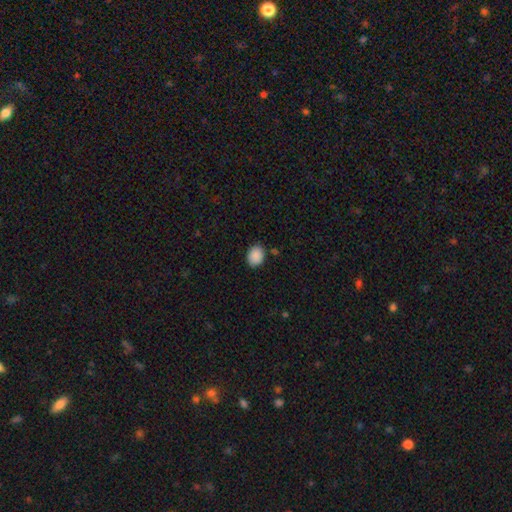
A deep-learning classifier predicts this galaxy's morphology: Q: Smooth or featured?
A: smooth (89%); runner-up: star or artifact (8%)
Q: How rounded?
A: in between (57%); runner-up: round (43%)
Q: Merging?
A: none (83%); runner-up: minor disturbance (12%)